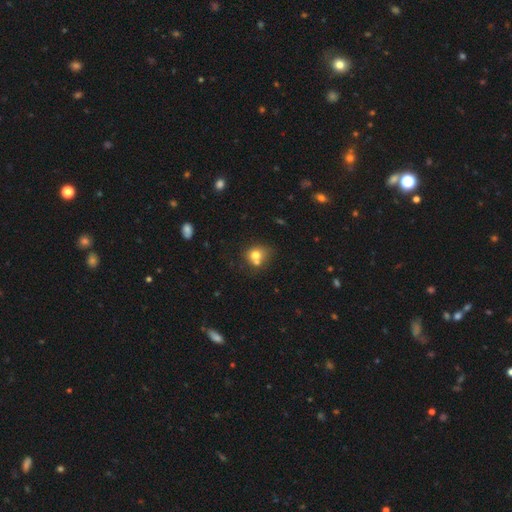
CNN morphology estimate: This is likely a smooth galaxy (74%). How rounded: likely round (76%). Merging: possibly none (48%).